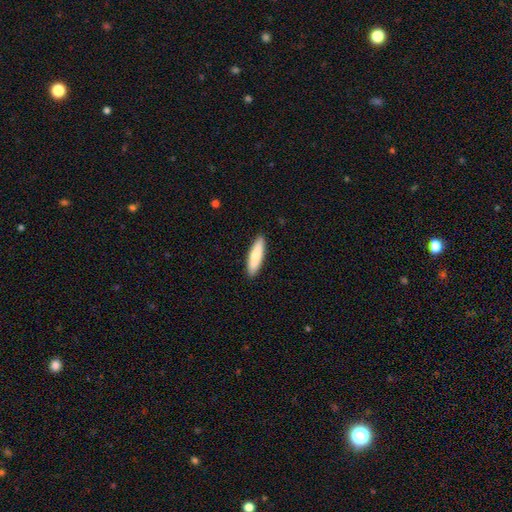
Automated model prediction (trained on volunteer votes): smooth_or_featured: smooth (p=0.76) [alt: featured or disk p=0.19]
how_rounded: cigar-shaped (p=0.72) [alt: in between p=0.27]
merging: none (p=0.91) [alt: minor disturbance p=0.07]